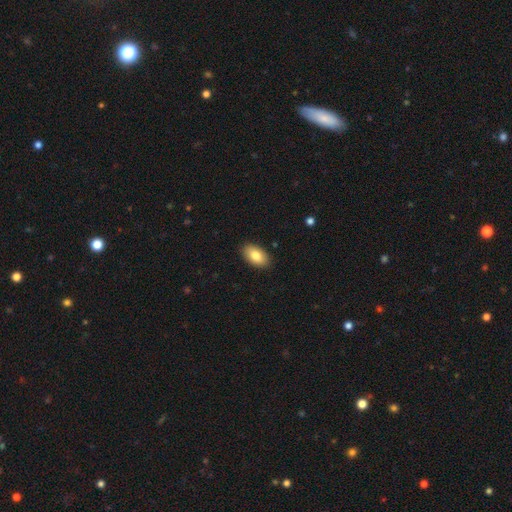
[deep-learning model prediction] The model was most divided on "smooth or featured": smooth: 83%, featured or disk: 11%, star or artifact: 7%. More confident: how rounded — in between (94%); merging — none (89%).